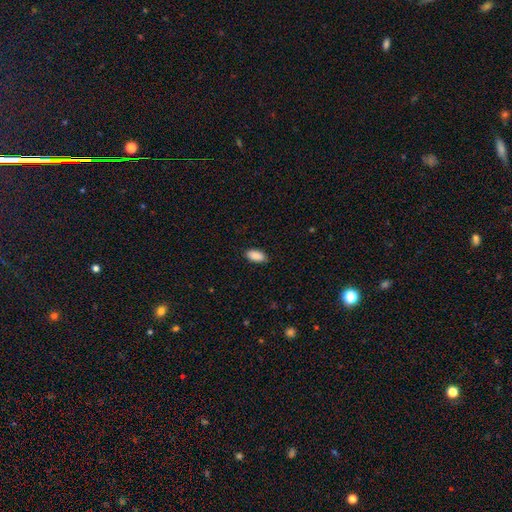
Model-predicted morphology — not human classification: type=smooth (90%); roundness=in between (94%); merging=none (87%).